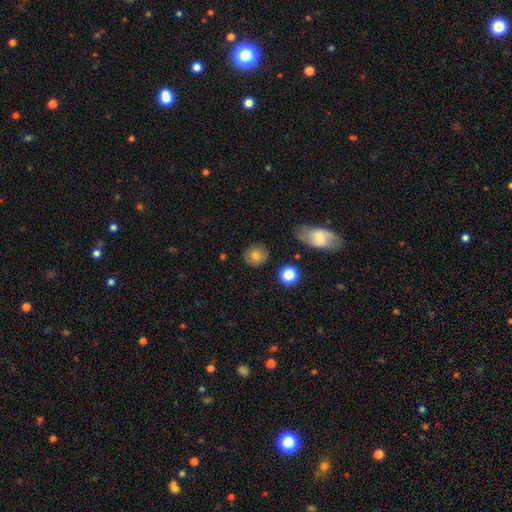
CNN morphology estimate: Smooth or featured? Predicted: smooth (p=0.77). How rounded? Predicted: round (p=0.82). Merging? Predicted: none (p=0.83).